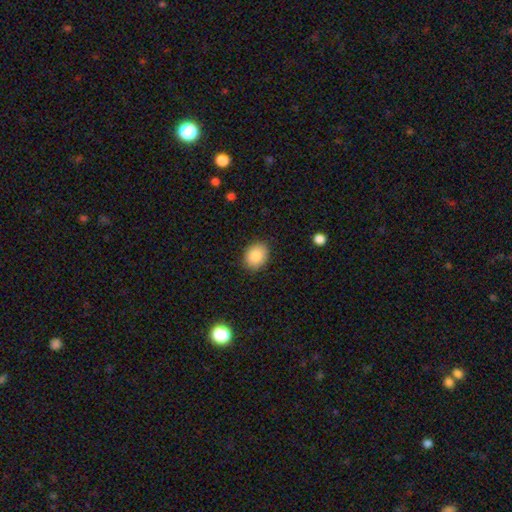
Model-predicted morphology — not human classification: Smooth or featured? smooth (87%)
How rounded? in between (58%)
Merging? none (87%)